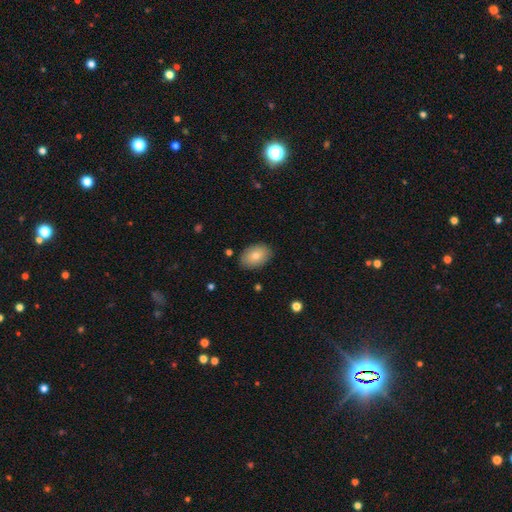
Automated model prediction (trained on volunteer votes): Morphology: type=smooth (77%); roundness=in between (86%); merging=none (85%).